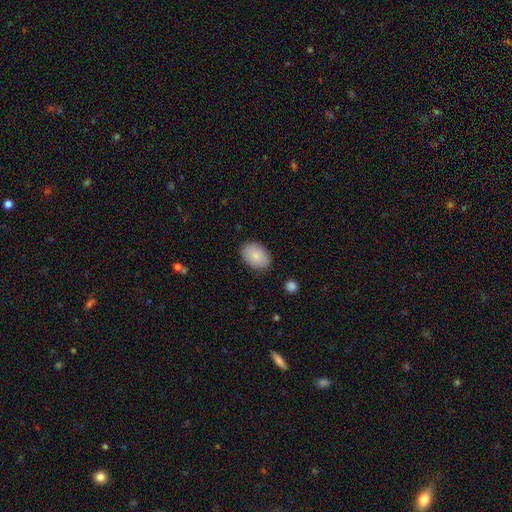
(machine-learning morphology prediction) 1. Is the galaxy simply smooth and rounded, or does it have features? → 86% smooth, 8% featured or disk, 6% star or artifact.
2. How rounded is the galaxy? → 79% in between, 20% round, 1% cigar-shaped.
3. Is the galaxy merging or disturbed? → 84% none, 12% minor disturbance, 3% major disturbance, 1% merger.